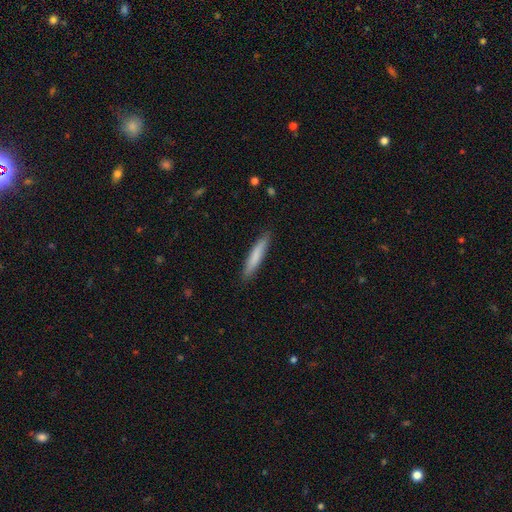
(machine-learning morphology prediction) smooth_or_featured: smooth (p=0.78) [alt: featured or disk p=0.17]
how_rounded: cigar-shaped (p=0.91) [alt: in between p=0.07]
merging: none (p=0.89) [alt: minor disturbance p=0.09]